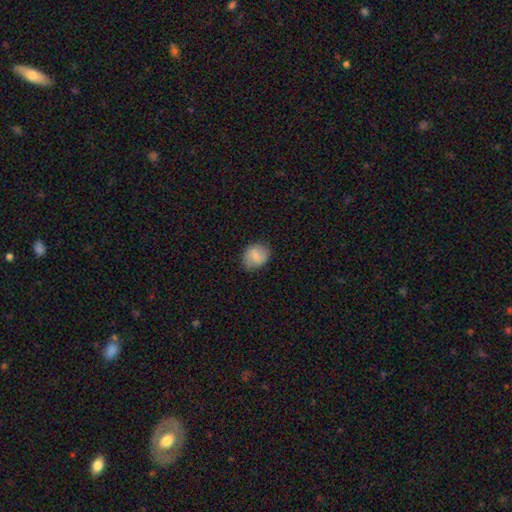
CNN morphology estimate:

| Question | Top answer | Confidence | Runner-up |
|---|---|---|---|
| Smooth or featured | smooth | 72% | featured or disk (20%) |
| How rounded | round | 66% | in between (33%) |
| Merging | none | 79% | minor disturbance (16%) |